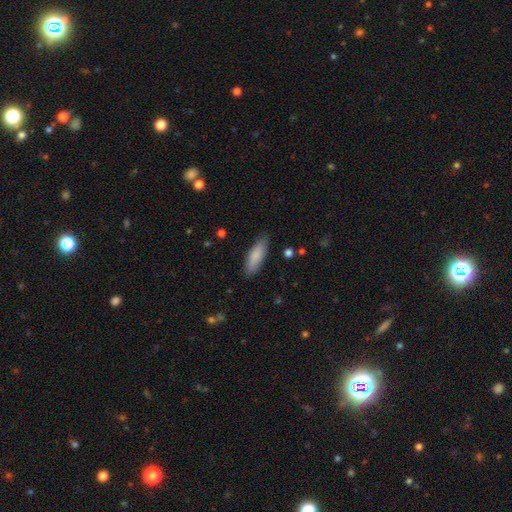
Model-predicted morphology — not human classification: Overall: smooth (85%). How rounded: in between (59%; cigar-shaped 40%). Merging: none (82%).